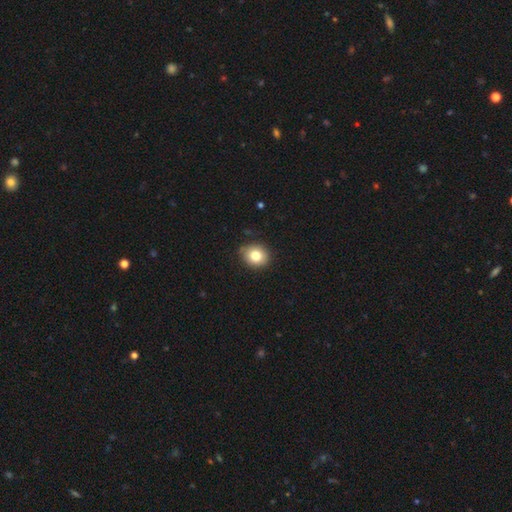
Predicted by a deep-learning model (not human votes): This appears to be a smooth galaxy with no disk features (80%) that is round (74%). Merging: none (85%).